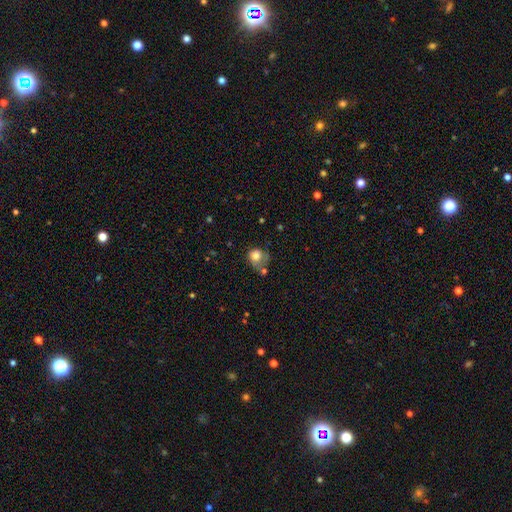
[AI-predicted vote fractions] smooth-or-featured: smooth: 76% | featured or disk: 15% | star or artifact: 10%
  how-rounded: round: 72% | in between: 27% | cigar-shaped: 1%
  merging: none: 36% | minor disturbance: 27% | major disturbance: 23% | merger: 15%